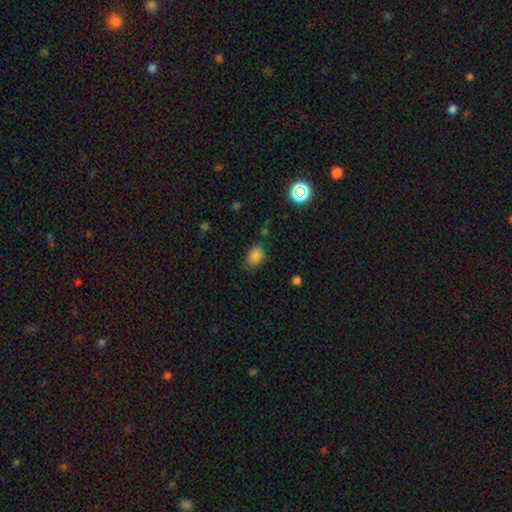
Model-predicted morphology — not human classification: A smooth galaxy with no disk features (82%) that is in between round and cigar-shaped (72%).

Vote fractions:
- Smooth or featured? smooth: 82% / star or artifact: 12% / featured or disk: 6%
- How rounded? in between: 72% / round: 27% / cigar-shaped: 1%
- Merging? none: 72% / minor disturbance: 22% / major disturbance: 5% / merger: 2%